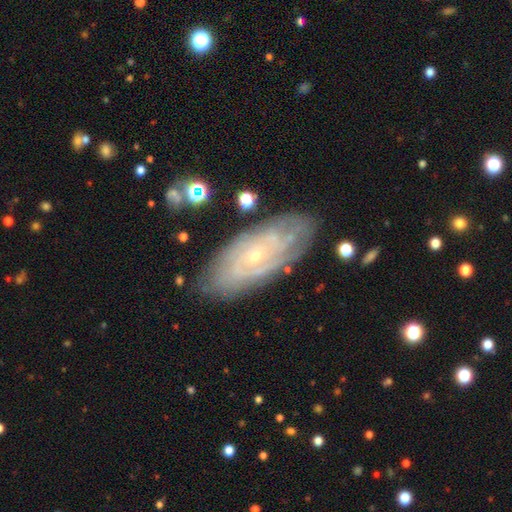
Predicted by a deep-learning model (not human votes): smooth_or_featured: featured or disk (p=0.81) [alt: smooth p=0.12]
disk_edge_on: no (p=0.91) [alt: yes p=0.09]
bar: no (p=0.74) [alt: weak p=0.21]
has_spiral_arms: yes (p=0.91) [alt: no p=0.09]
spiral_winding: tight (p=0.75) [alt: medium p=0.20]
spiral_arm_count: can't tell (p=0.50) [alt: 2 p=0.17]
bulge_size: small (p=0.77) [alt: moderate p=0.20]
merging: none (p=0.79) [alt: minor disturbance p=0.15]